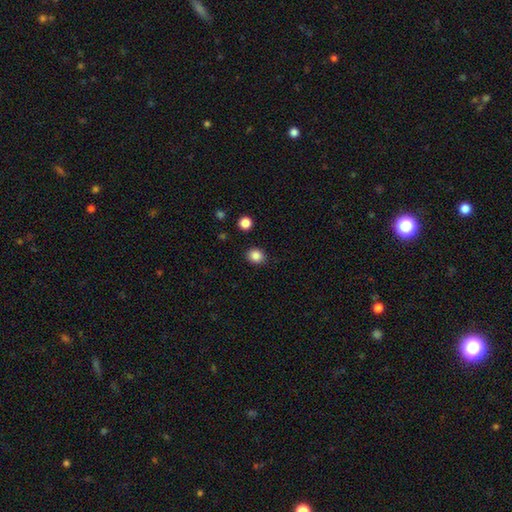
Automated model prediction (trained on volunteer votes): smooth_or_featured: smooth (p=0.86) [alt: star or artifact p=0.10]
how_rounded: round (p=0.75) [alt: in between p=0.24]
merging: none (p=0.88) [alt: minor disturbance p=0.08]